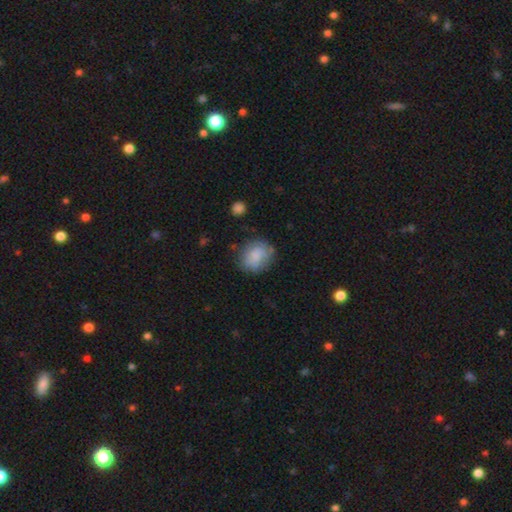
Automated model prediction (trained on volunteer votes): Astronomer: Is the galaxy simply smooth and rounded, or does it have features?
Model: smooth — 71%.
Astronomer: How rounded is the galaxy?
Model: round — 65%.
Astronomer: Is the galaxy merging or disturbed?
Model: none — 69%.